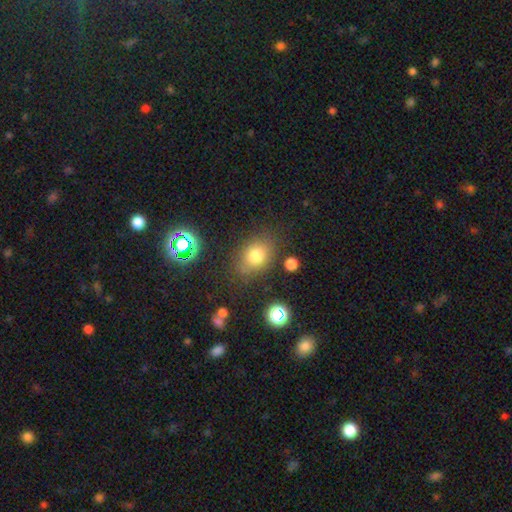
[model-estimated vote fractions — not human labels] Morphology: type=smooth (75%); roundness=in between (54%); merging=none (76%).